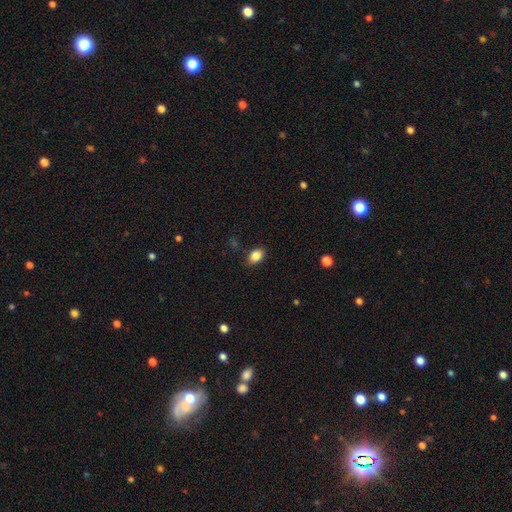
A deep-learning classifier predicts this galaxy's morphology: Smooth or featured? Predicted: smooth (p=0.85). How rounded? Predicted: in between (p=0.80). Merging? Predicted: none (p=0.84).